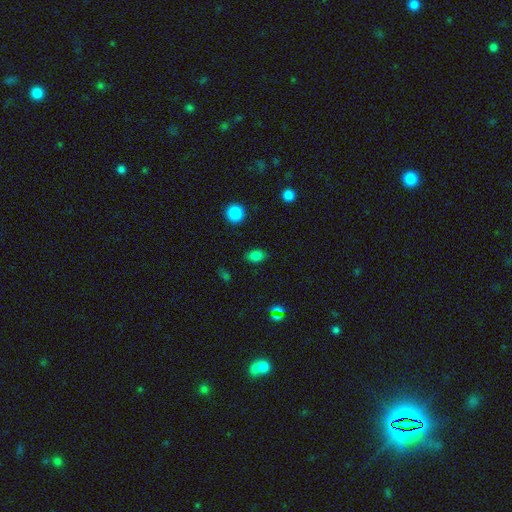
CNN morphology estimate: A smooth galaxy with no disk features (82%) that is in between round and cigar-shaped (77%). Merging: none (87%).